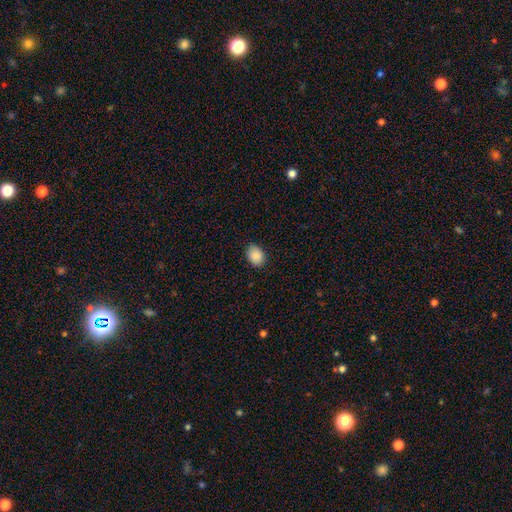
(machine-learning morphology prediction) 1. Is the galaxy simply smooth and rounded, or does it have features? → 89% smooth, 8% star or artifact, 3% featured or disk.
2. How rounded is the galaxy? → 66% in between, 33% round, 1% cigar-shaped.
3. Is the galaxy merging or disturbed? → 86% none, 11% minor disturbance, 2% major disturbance, 1% merger.